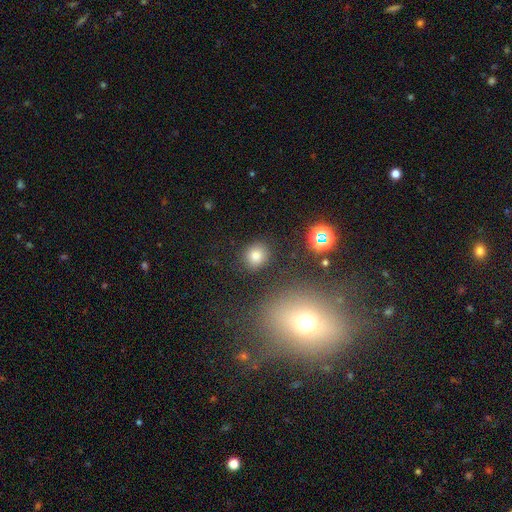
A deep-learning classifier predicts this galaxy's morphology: Overall: smooth (80%). How rounded: round (80%). Merging: none (86%).